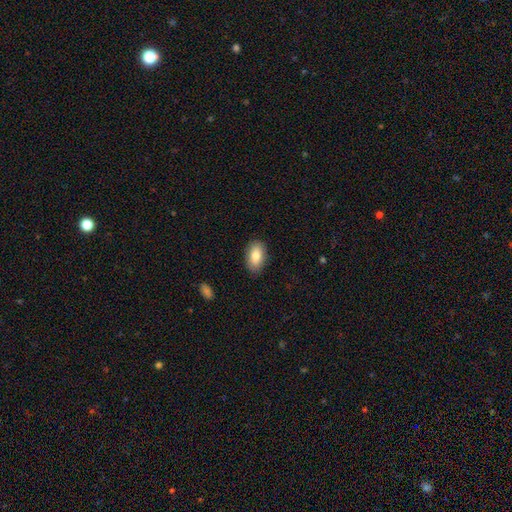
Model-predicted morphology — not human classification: Smooth or featured? Predicted: smooth (p=0.83). How rounded? Predicted: in between (p=0.93). Merging? Predicted: none (p=0.86).